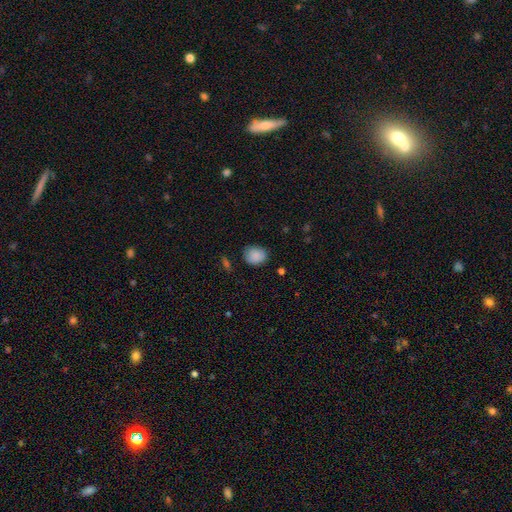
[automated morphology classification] smooth_or_featured: smooth (p=0.88) [alt: star or artifact p=0.08]
how_rounded: round (p=0.63) [alt: in between p=0.36]
merging: none (p=0.79) [alt: minor disturbance p=0.16]